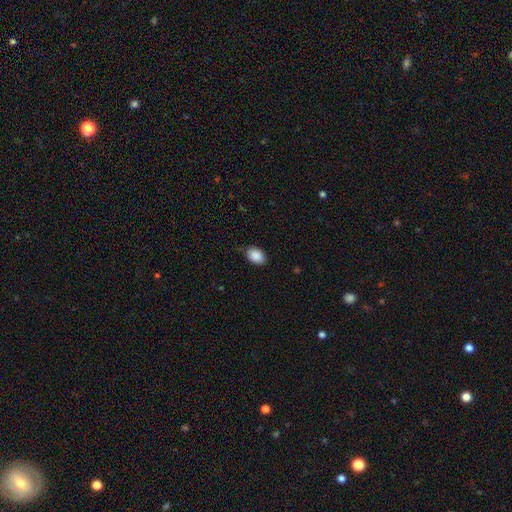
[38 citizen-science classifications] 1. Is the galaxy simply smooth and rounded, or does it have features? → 92% smooth, 5% star or artifact, 3% featured or disk.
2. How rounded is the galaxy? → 86% in between, 14% round, 0% cigar-shaped.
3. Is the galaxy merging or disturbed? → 83% none, 11% minor disturbance, 6% major disturbance, 0% merger.